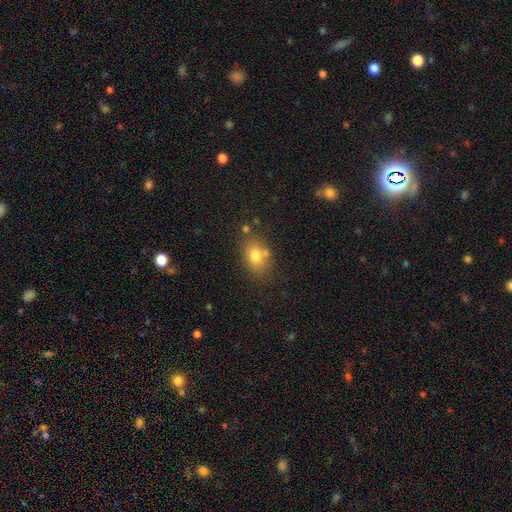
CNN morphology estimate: smooth_or_featured: smooth (p=0.77) [alt: featured or disk p=0.13]
how_rounded: in between (p=0.77) [alt: round p=0.22]
merging: none (p=0.70) [alt: minor disturbance p=0.15]